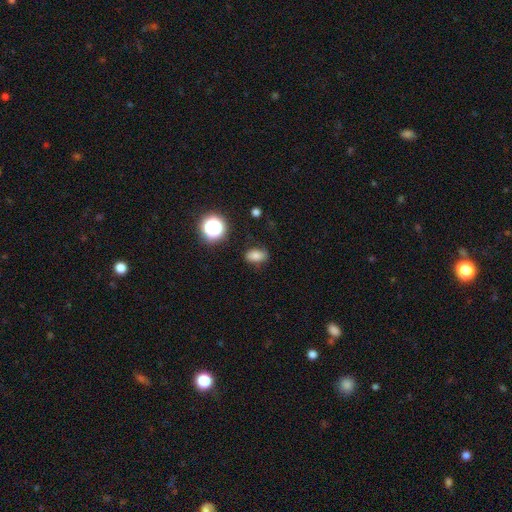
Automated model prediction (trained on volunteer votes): Q: Smooth or featured?
A: smooth (75%); runner-up: star or artifact (15%)
Q: How rounded?
A: in between (81%); runner-up: round (17%)
Q: Merging?
A: none (78%); runner-up: minor disturbance (16%)